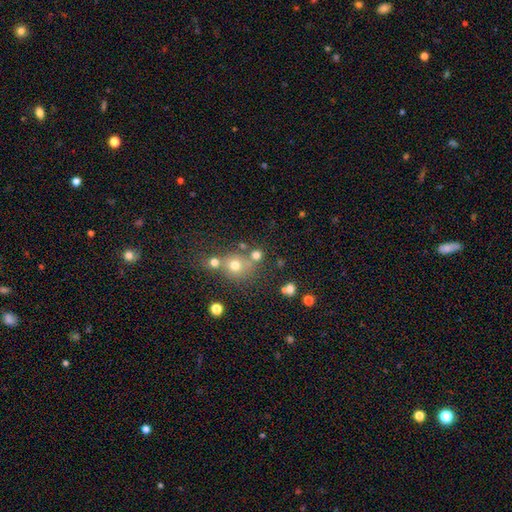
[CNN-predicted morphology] A smooth galaxy with no disk features (61%) that is round (83%). Merging: none (60%).